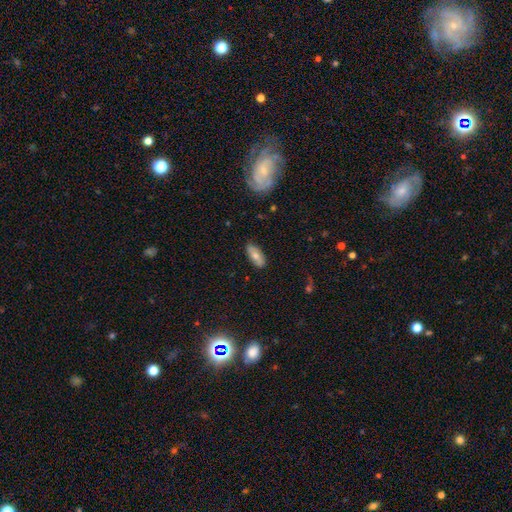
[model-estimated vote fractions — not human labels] This appears to be a smooth galaxy with no disk features (63%) that is in between round and cigar-shaped (84%). Merging: none (84%).